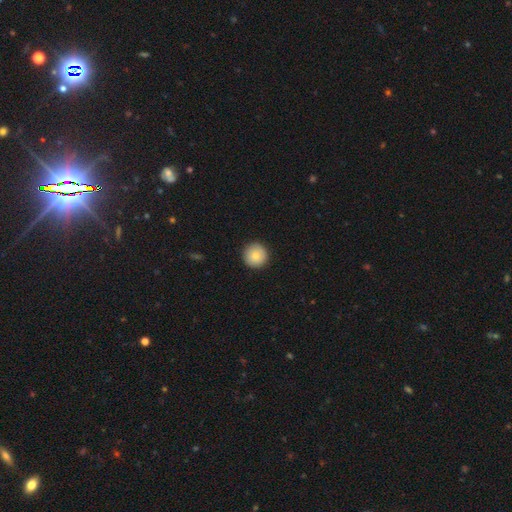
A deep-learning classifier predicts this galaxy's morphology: Smooth or featured? smooth (82%)
How rounded? round (96%)
Merging? none (93%)